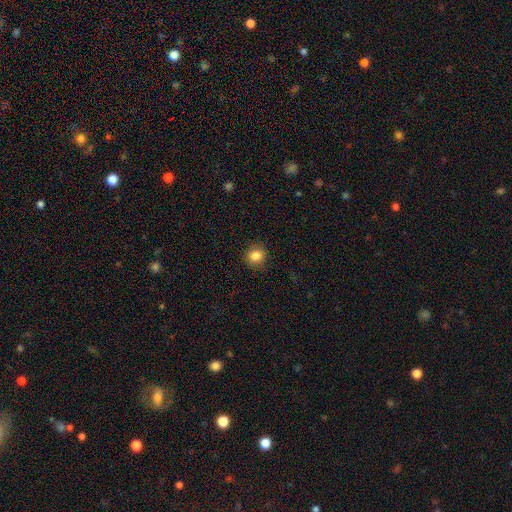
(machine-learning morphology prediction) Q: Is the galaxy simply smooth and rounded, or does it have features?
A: smooth — 84%.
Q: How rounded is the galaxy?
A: round — 83%.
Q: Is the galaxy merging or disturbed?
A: none — 89%.